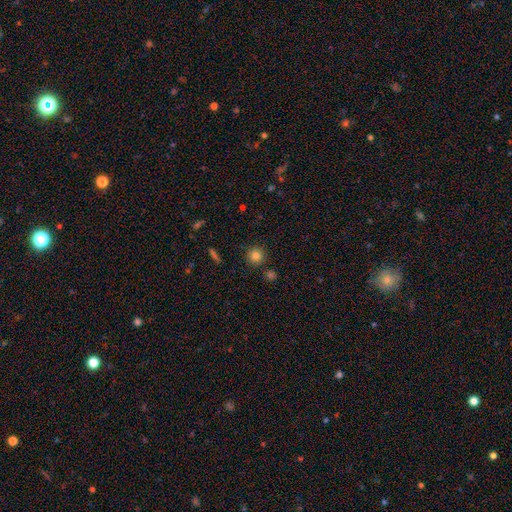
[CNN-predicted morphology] Q: Smooth or featured?
A: smooth (82%); runner-up: star or artifact (12%)
Q: How rounded?
A: round (94%); runner-up: in between (5%)
Q: Merging?
A: none (87%); runner-up: minor disturbance (7%)